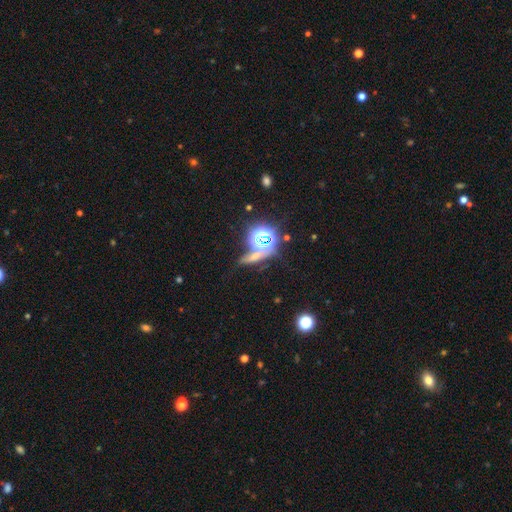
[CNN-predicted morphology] Q: Smooth or featured?
A: star or artifact (48%); runner-up: smooth (33%)